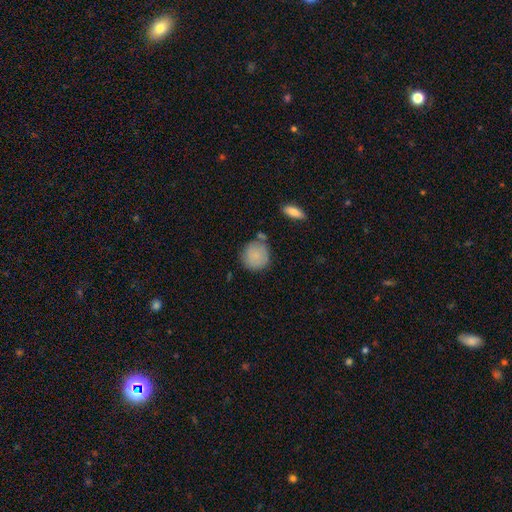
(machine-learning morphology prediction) Overall: smooth (85%). How rounded: round (88%). Merging: none (71%).